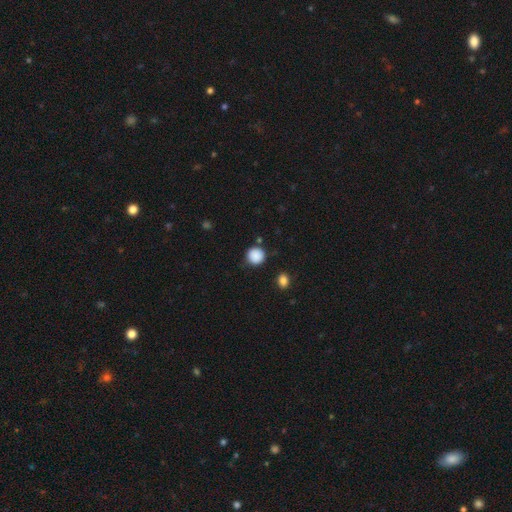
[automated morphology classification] This appears to be a smooth galaxy with no disk features (88%) that is round (93%). Merging: none (85%).